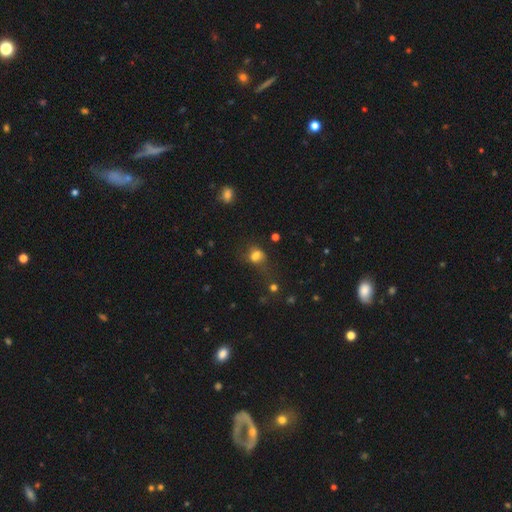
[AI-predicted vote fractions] A smooth galaxy with no disk features (71%) that is in between round and cigar-shaped (54%).

Vote fractions:
- Smooth or featured? smooth: 71% / star or artifact: 17% / featured or disk: 13%
- How rounded? in between: 54% / round: 44% / cigar-shaped: 2%
- Merging? none: 38% / major disturbance: 24% / minor disturbance: 24% / merger: 14%